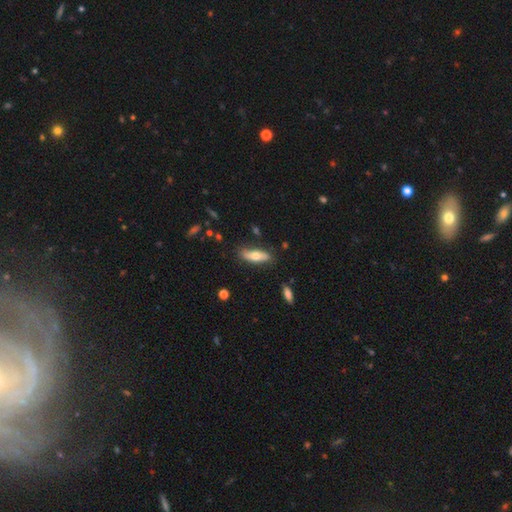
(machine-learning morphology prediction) Smooth or featured: smooth — 61% (featured or disk — 33%)
How rounded: in between — 58% (cigar-shaped — 40%)
Merging: none — 78% (minor disturbance — 16%)